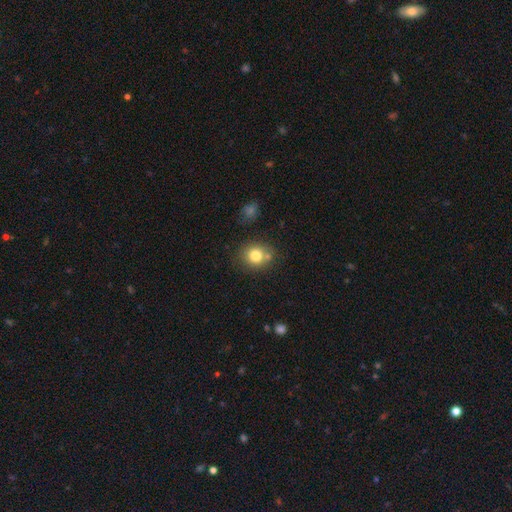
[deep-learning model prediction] Smooth or featured? Predicted: smooth (p=0.79). How rounded? Predicted: round (p=0.76). Merging? Predicted: none (p=0.68).